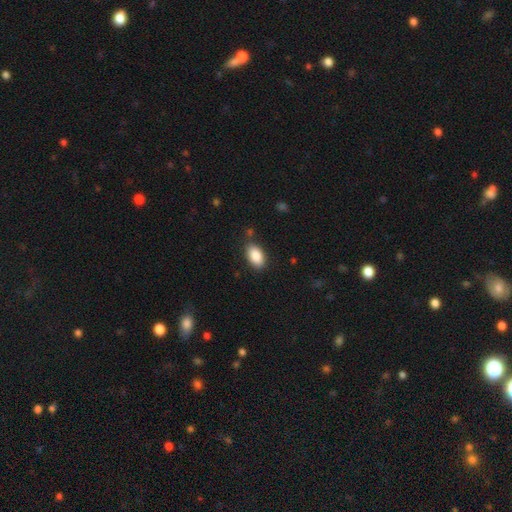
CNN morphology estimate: Overall: smooth (88%). How rounded: in between (93%). Merging: none (82%).